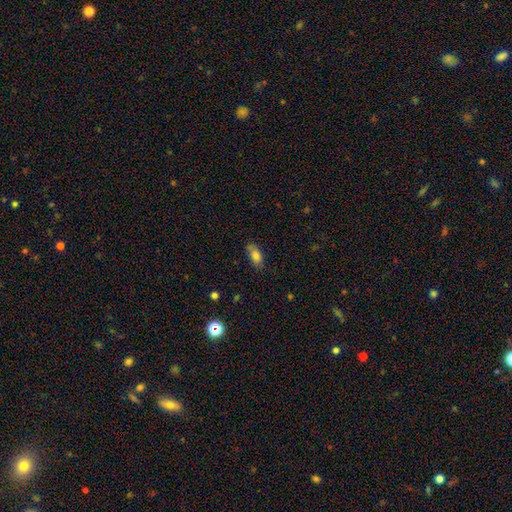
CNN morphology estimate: Overall: smooth (76%). How rounded: in between (86%). Merging: none (69%).